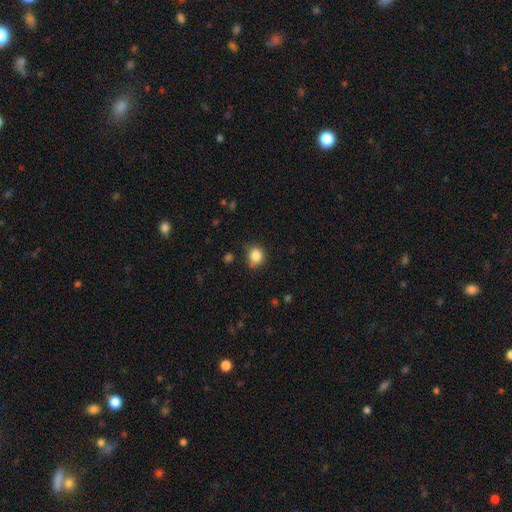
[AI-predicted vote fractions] Smooth or featured?
  - smooth: 85% *
  - star or artifact: 10%
  - featured or disk: 5%
How rounded?
  - round: 71% *
  - in between: 28%
  - cigar-shaped: 1%
Merging?
  - none: 71% *
  - minor disturbance: 21%
  - major disturbance: 5%
  - merger: 3%